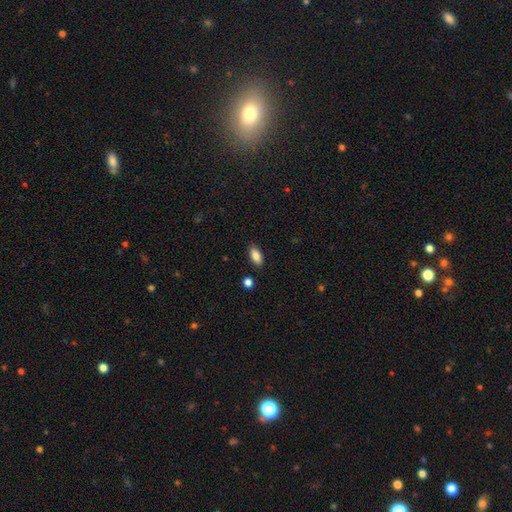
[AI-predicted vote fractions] Smooth or featured?
  - smooth: 86% *
  - star or artifact: 7%
  - featured or disk: 6%
How rounded?
  - in between: 90% *
  - cigar-shaped: 7%
  - round: 3%
Merging?
  - none: 87% *
  - minor disturbance: 9%
  - major disturbance: 2%
  - merger: 2%